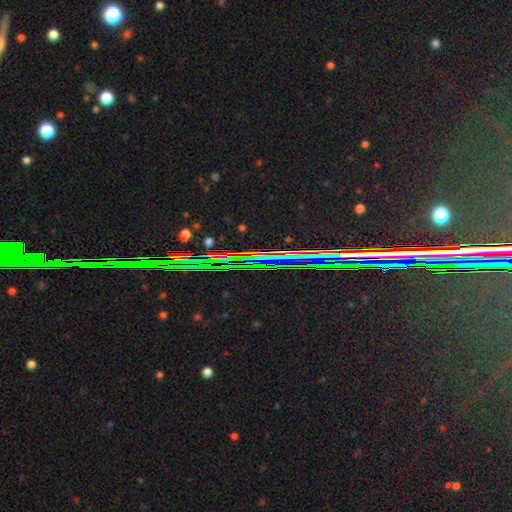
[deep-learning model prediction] Smooth or featured: star or artifact — 85% (featured or disk — 8%)